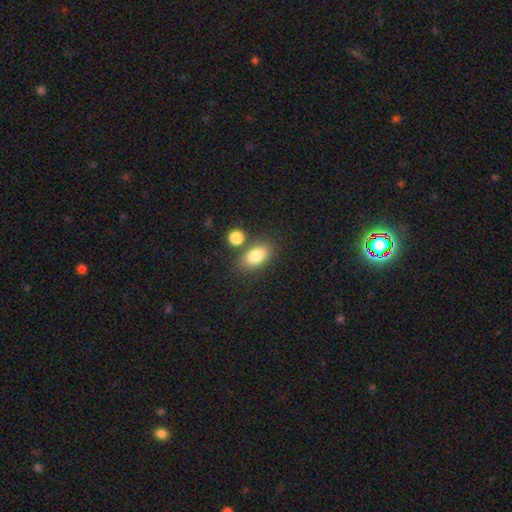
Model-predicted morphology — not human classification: type=smooth (82%); roundness=in between (87%); merging=none (72%).